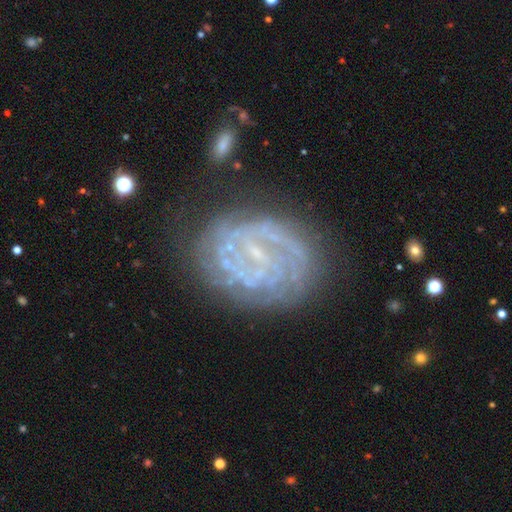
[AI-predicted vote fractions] Smooth or featured? featured or disk (82%)
Edge-on disk? no (97%)
Bar? weak (43%)
Spiral arms? yes (89%)
Spiral winding? tight (68%)
Spiral arm count? can't tell (36%)
Bulge size? small (69%)
Merging? none (68%)